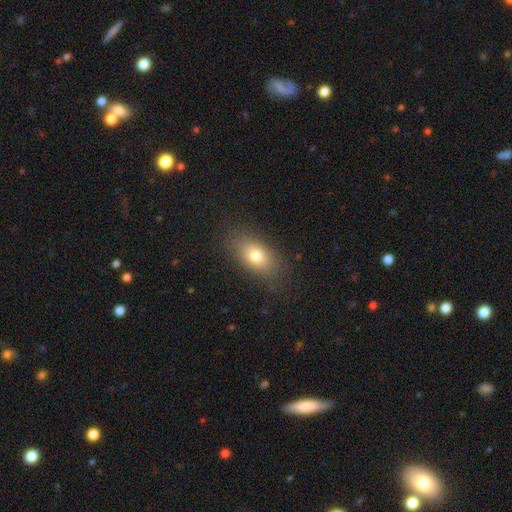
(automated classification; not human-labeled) A smooth galaxy with no disk features (76%) that is in between round and cigar-shaped (83%). Merging: none (83%).